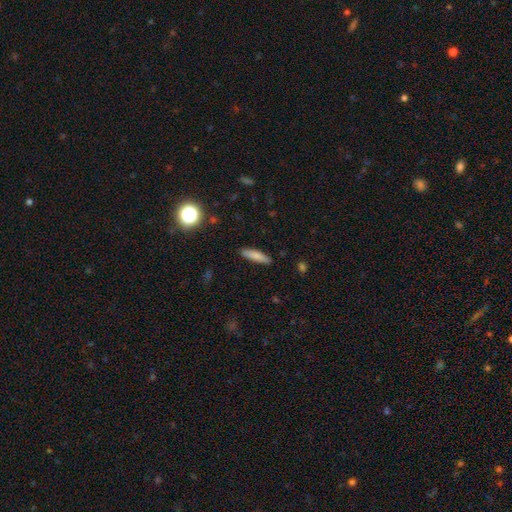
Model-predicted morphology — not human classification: This is likely a smooth galaxy (79%). How rounded: likely cigar-shaped (75%). Merging: clearly none (87%).